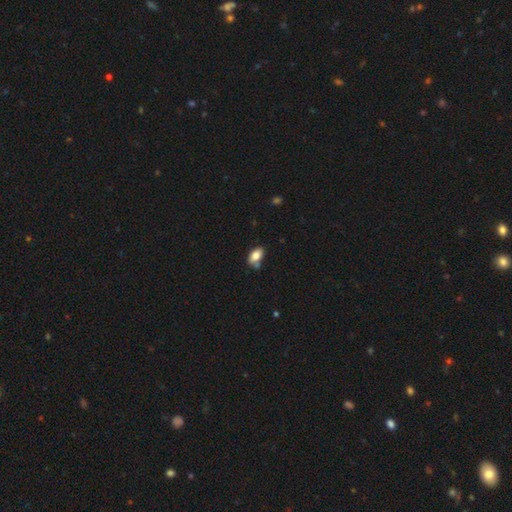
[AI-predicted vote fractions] A smooth galaxy with no disk features (80%) that is in between round and cigar-shaped (91%). Merging: none (57%).